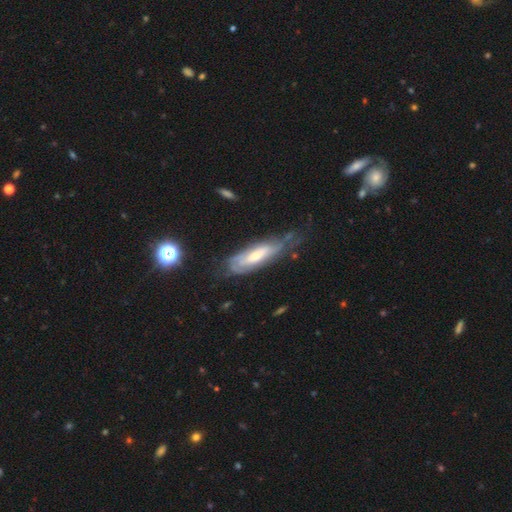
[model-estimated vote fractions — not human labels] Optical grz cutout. It shows a featured or disk galaxy (69%) with no bar (58%), spiral arms (76%) and a moderate central bulge (49%). Merging: none (49%).